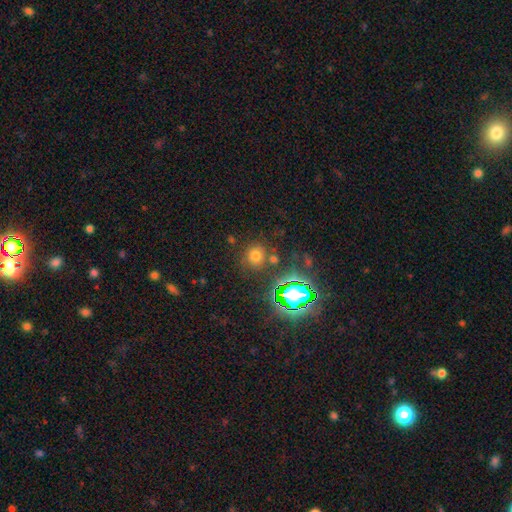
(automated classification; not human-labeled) Overall: smooth (62%; star or artifact 28%). How rounded: round (85%). Merging: none (77%).